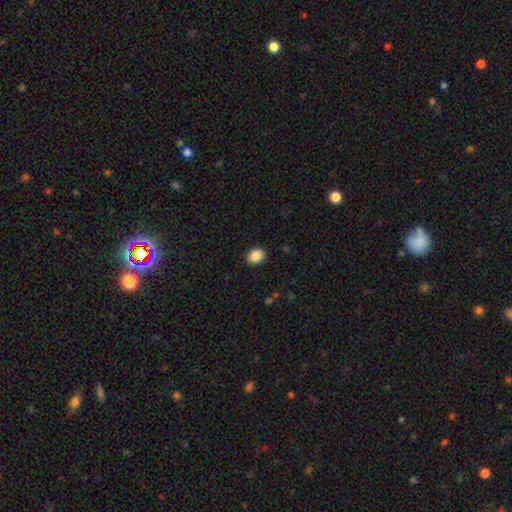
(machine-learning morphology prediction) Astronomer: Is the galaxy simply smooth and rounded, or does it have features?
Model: smooth — 88%.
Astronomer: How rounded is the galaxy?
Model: in between — 54% (runner-up: round, 45%).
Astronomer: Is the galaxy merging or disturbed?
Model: none — 89%.